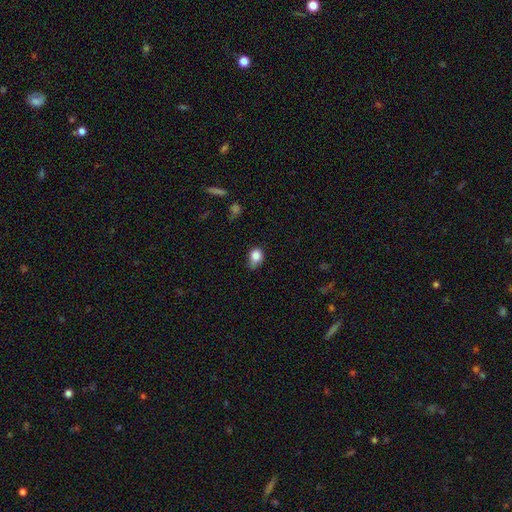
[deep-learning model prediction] Overall: smooth (83%). How rounded: in between (53%; round 46%). Merging: none (43%, tied with minor disturbance).